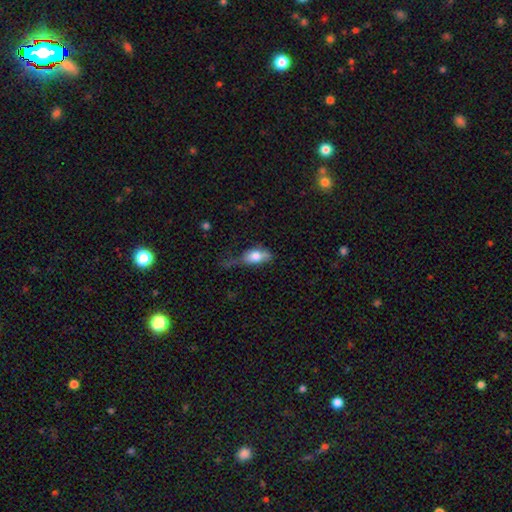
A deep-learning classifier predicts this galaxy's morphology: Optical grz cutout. It shows a smooth galaxy with no disk features (73%) that is in between round and cigar-shaped (83%). Merging: minor disturbance (34%).